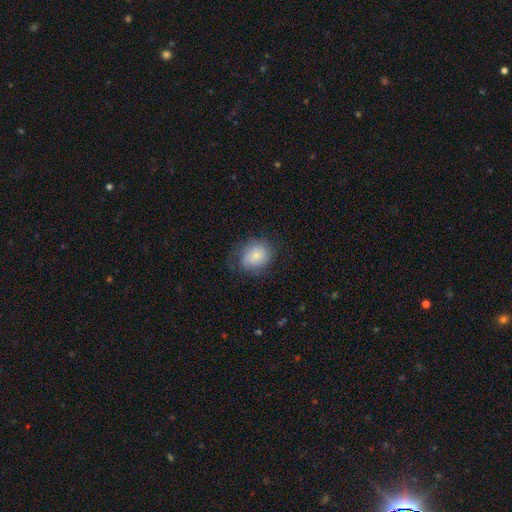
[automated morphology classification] Smooth or featured: smooth — 74% (featured or disk — 18%)
How rounded: round — 61% (in between — 38%)
Merging: none — 63% (minor disturbance — 24%)